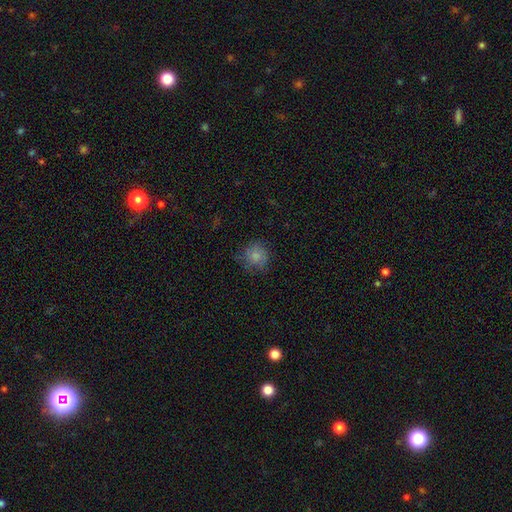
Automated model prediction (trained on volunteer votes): This appears to be a smooth galaxy with no disk features (77%) that is round (86%). Merging: none (70%).